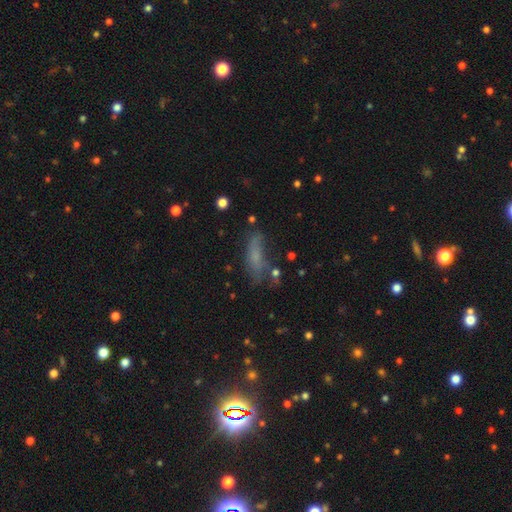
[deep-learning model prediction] Q: Smooth or featured?
A: smooth (62%); runner-up: featured or disk (23%)
Q: How rounded?
A: cigar-shaped (48%); tied with: in between (48%)
Q: Merging?
A: none (55%); runner-up: minor disturbance (24%)